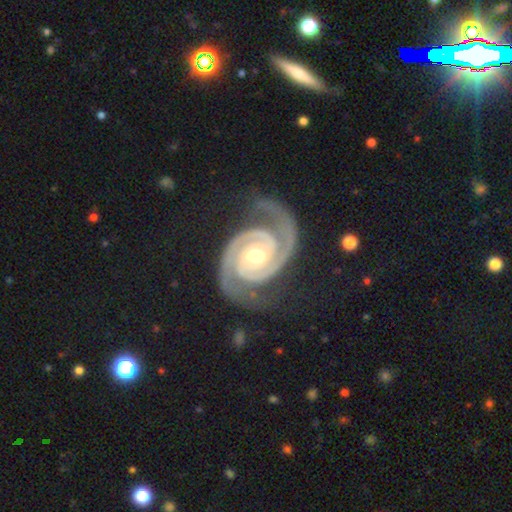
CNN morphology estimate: smooth-or-featured: featured or disk: 95% | star or artifact: 3% | smooth: 2%
  disk-edge-on: no: 98% | yes: 2%
    bar: no: 57% | weak: 28% | strong: 15%
    has-spiral-arms: yes: 99% | no: 1%
      spiral-winding: tight: 67% | medium: 30% | loose: 4%
      spiral-arm-count: 2: 94% | 3: 2% | can't tell: 1% | 1: 1% | 4: 1% | more than 4: 1%
    bulge-size: moderate: 71% | small: 24% | large: 3% | none: 1% | dominant: 1%
  merging: none: 80% | minor disturbance: 14% | major disturbance: 5% | merger: 1%